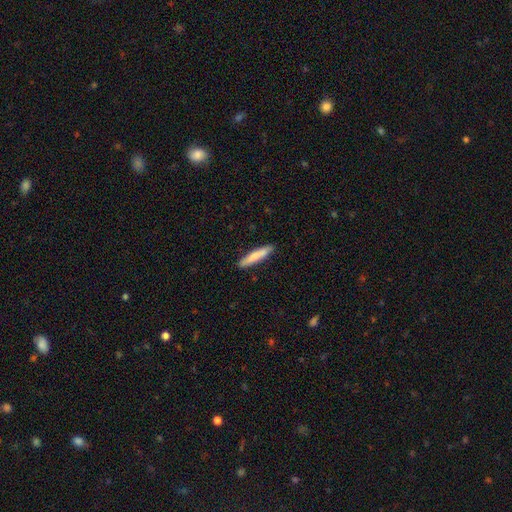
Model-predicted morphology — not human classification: This appears to be a smooth galaxy with no disk features (78%) that is cigar-shaped (90%). Merging: none (89%).